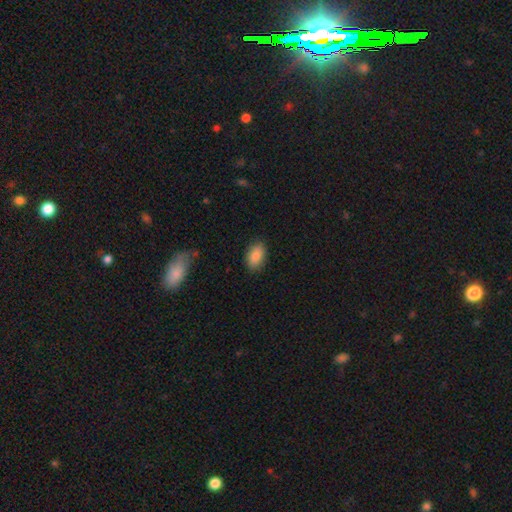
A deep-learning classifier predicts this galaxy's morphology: type=smooth (87%); roundness=in between (91%); merging=none (85%).